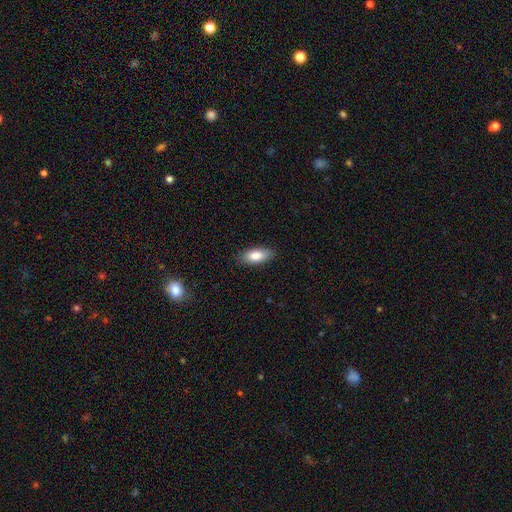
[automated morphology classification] Smooth or featured? smooth (84%)
How rounded? in between (84%)
Merging? none (87%)